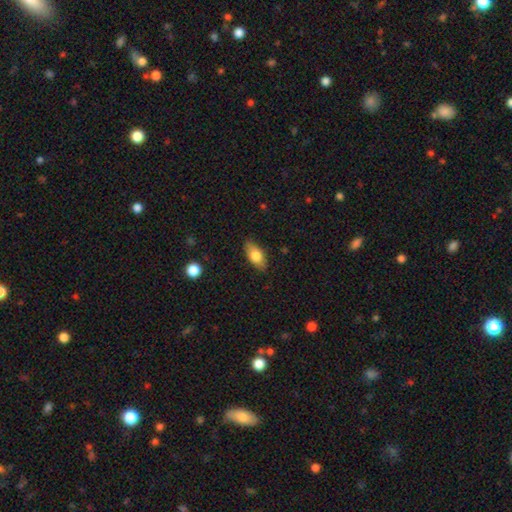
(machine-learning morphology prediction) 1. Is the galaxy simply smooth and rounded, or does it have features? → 75% smooth, 18% featured or disk, 7% star or artifact.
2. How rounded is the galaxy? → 87% in between, 8% cigar-shaped, 5% round.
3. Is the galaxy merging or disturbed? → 83% none, 13% minor disturbance, 3% major disturbance, 1% merger.